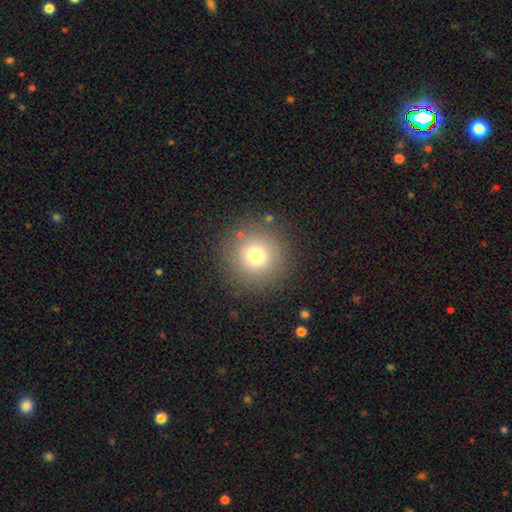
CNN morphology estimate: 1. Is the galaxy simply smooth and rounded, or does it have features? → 75% smooth, 14% star or artifact, 11% featured or disk.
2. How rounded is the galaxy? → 96% round, 3% in between, 1% cigar-shaped.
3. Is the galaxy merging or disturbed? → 88% none, 7% minor disturbance, 3% major disturbance, 2% merger.